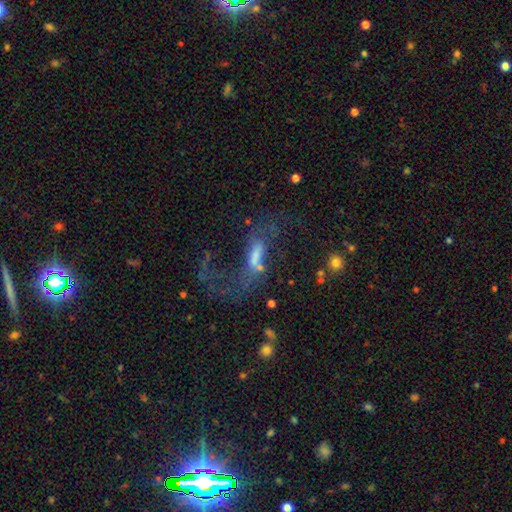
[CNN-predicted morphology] smooth-or-featured: featured or disk: 50% | smooth: 33% | star or artifact: 17%
  merging: major disturbance: 45% | none: 27% | merger: 14% | minor disturbance: 14%